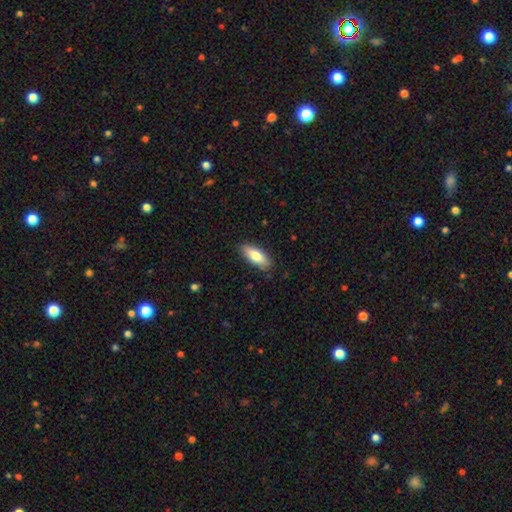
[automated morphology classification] Smooth or featured? smooth (79%)
How rounded? in between (73%)
Merging? none (86%)